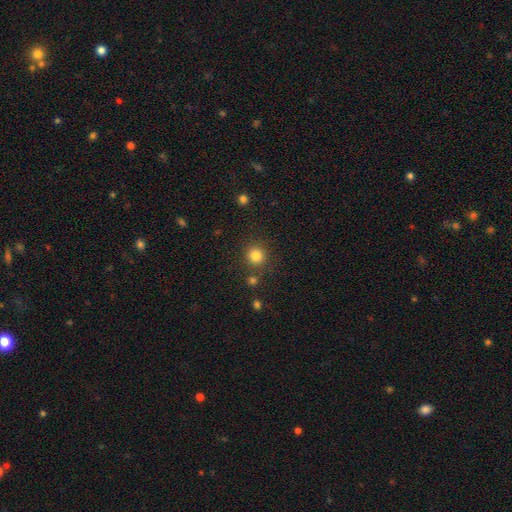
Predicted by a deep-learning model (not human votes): smooth 82%, star or artifact 13%, featured or disk 5%. Down the decision tree: how rounded — round (93%); merging — none (84%).